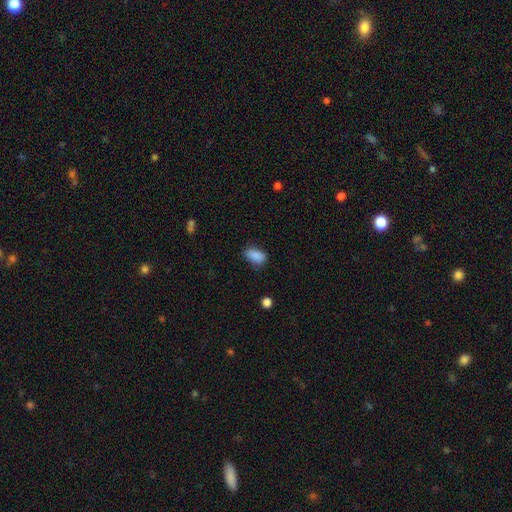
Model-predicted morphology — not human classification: This is clearly a smooth galaxy (88%). How rounded: clearly in between (89%). Merging: likely none (74%).